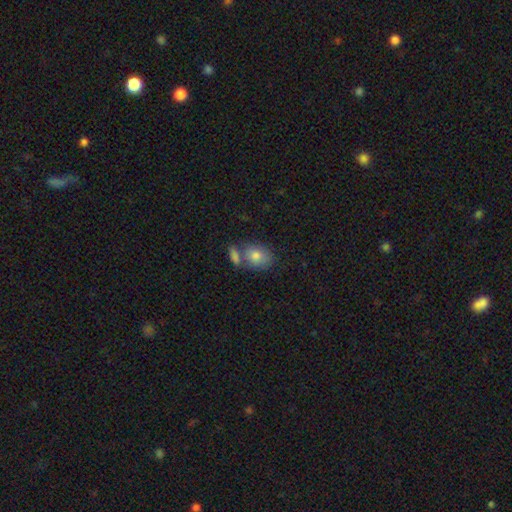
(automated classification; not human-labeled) Smooth or featured?
  - smooth: 79% *
  - featured or disk: 13%
  - star or artifact: 8%
How rounded?
  - in between: 61% *
  - round: 37%
  - cigar-shaped: 1%
Merging?
  - none: 51% *
  - merger: 33%
  - minor disturbance: 13%
  - major disturbance: 4%